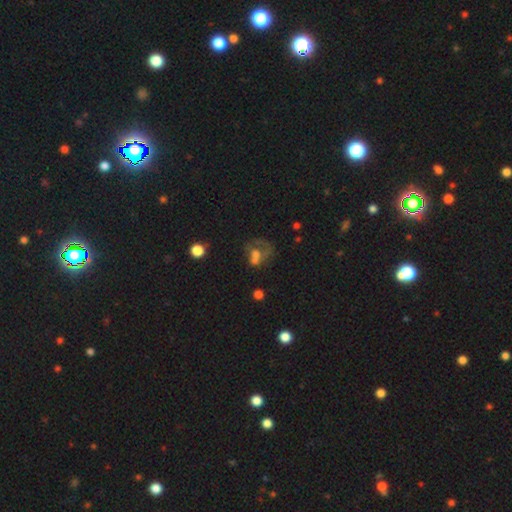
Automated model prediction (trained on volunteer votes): Smooth or featured?
  - featured or disk: 42% *
  - smooth: 38%
  - star or artifact: 20%
Merging?
  - major disturbance: 34% *
  - merger: 29%
  - none: 24%
  - minor disturbance: 13%